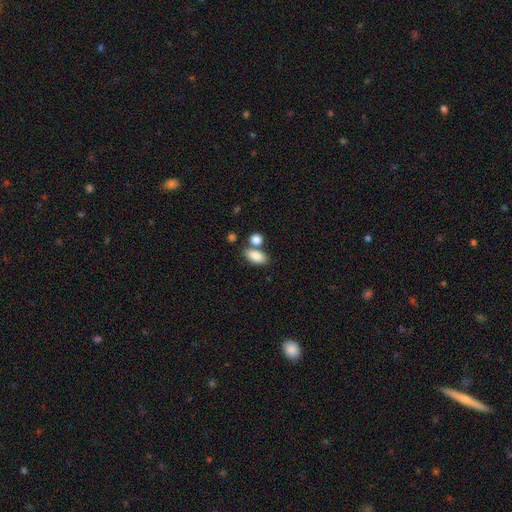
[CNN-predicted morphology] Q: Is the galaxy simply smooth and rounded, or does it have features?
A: smooth — 85%.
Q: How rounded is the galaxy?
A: in between — 89%.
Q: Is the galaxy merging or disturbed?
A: none — 57%.